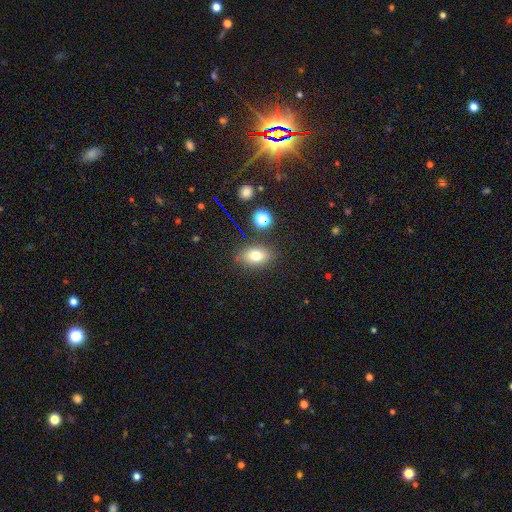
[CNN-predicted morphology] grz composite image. It shows a smooth galaxy with no disk features (74%) that is in between round and cigar-shaped (78%). Merging: none (81%).